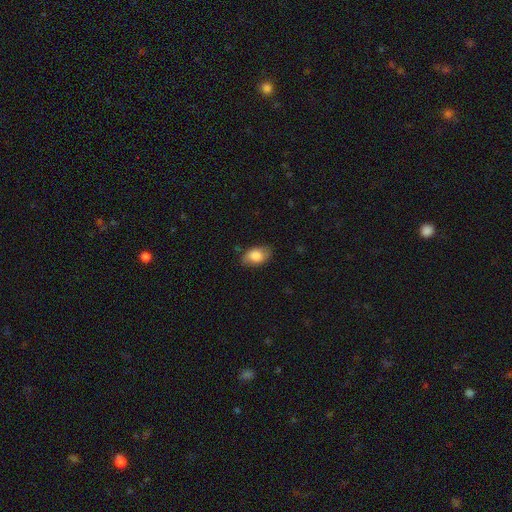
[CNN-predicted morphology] The model was most divided on "merging": none: 73%, minor disturbance: 21%, major disturbance: 5%, merger: 1%. More confident: how rounded — in between (86%); smooth or featured — smooth (78%).